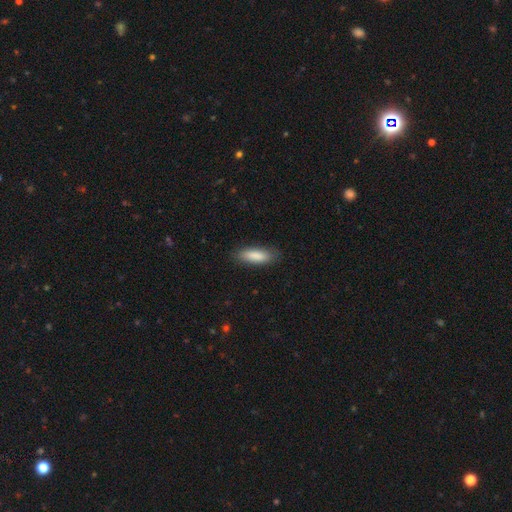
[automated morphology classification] This is clearly a smooth galaxy (87%). How rounded: possibly in between (57%). Merging: clearly none (83%).